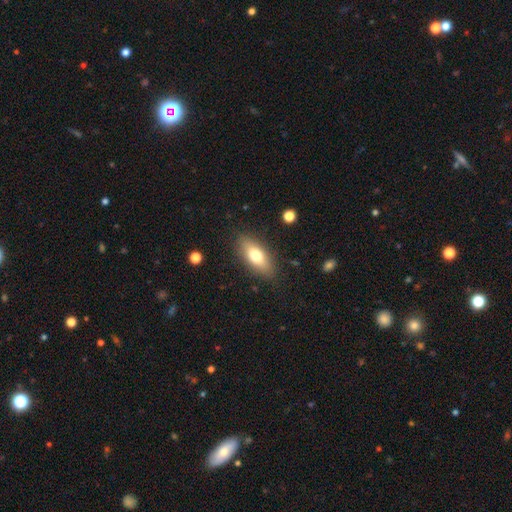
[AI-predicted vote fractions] Smooth or featured?
  - smooth: 72% *
  - featured or disk: 21%
  - star or artifact: 7%
How rounded?
  - in between: 78% *
  - cigar-shaped: 18%
  - round: 3%
Merging?
  - none: 85% *
  - minor disturbance: 11%
  - major disturbance: 3%
  - merger: 1%